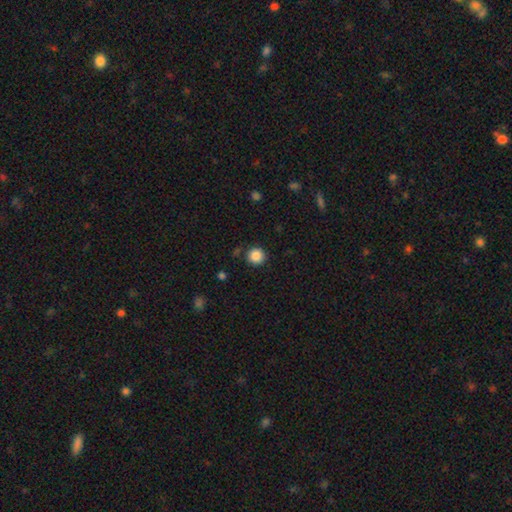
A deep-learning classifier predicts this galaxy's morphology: Smooth or featured? smooth (86%)
How rounded? round (94%)
Merging? none (87%)